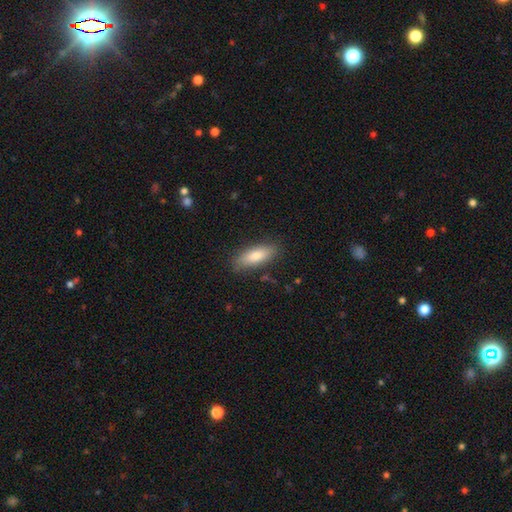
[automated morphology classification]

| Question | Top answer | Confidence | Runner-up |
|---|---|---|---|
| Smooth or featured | smooth | 80% | featured or disk (13%) |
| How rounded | in between | 65% | cigar-shaped (33%) |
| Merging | none | 84% | minor disturbance (12%) |